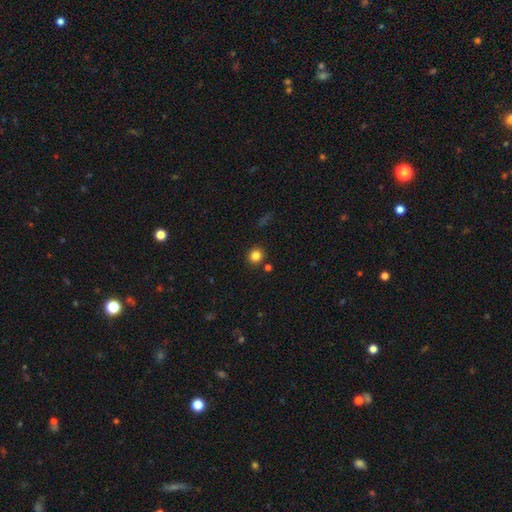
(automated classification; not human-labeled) Overall: smooth (83%). How rounded: round (89%). Merging: none (88%).